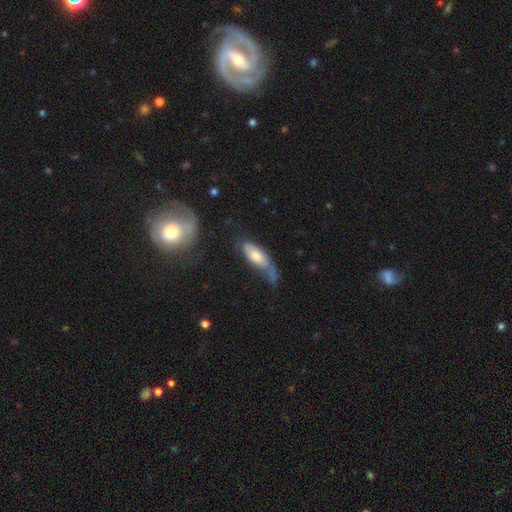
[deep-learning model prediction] Smooth or featured? Predicted: smooth (p=0.49). Merging? Predicted: major disturbance (p=0.35).